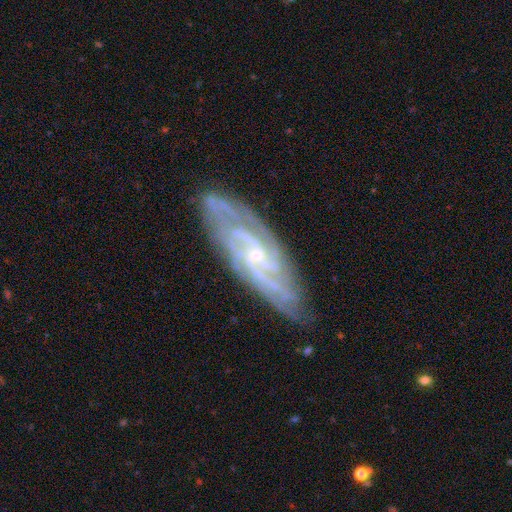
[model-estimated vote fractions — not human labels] featured or disk 87%, smooth 7%, star or artifact 6%. Down the decision tree: edge-on disk — no (89%); bar — no (50%); spiral arms — yes (97%); spiral arm count — 2 (26%); spiral winding — tight (58%); bulge size — small (77%); merging — none (80%).